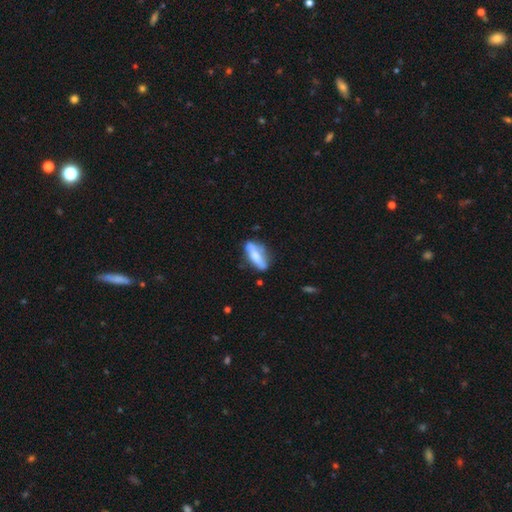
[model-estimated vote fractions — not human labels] A smooth galaxy with no disk features (58%) that is in between round and cigar-shaped (50%). Merging: none (64%).